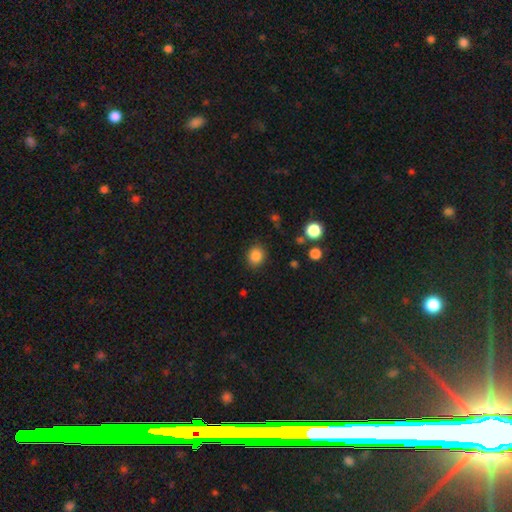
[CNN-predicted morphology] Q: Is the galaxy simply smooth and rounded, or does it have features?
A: smooth — 85%.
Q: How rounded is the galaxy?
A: round — 70%.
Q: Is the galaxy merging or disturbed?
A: none — 86%.